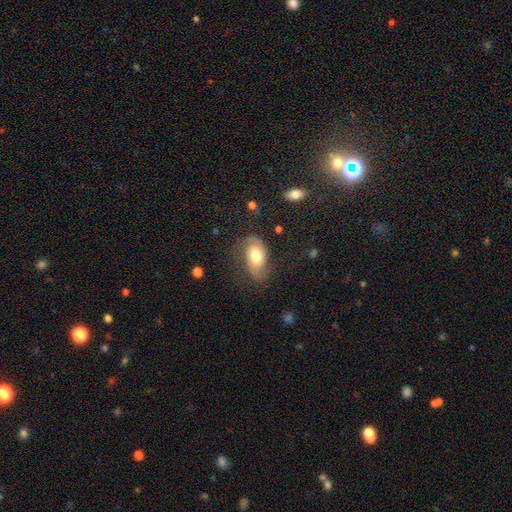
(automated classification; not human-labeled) This appears to be a featured or disk galaxy (59%) with no bar (62%), spiral arms (86%) and a moderate central bulge (64%). Merging: none (58%).